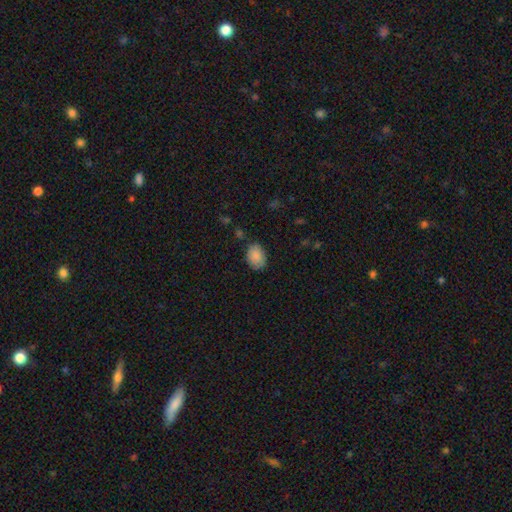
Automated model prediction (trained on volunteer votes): Smooth or featured? Predicted: smooth (p=0.87). How rounded? Predicted: in between (p=0.71). Merging? Predicted: none (p=0.75).